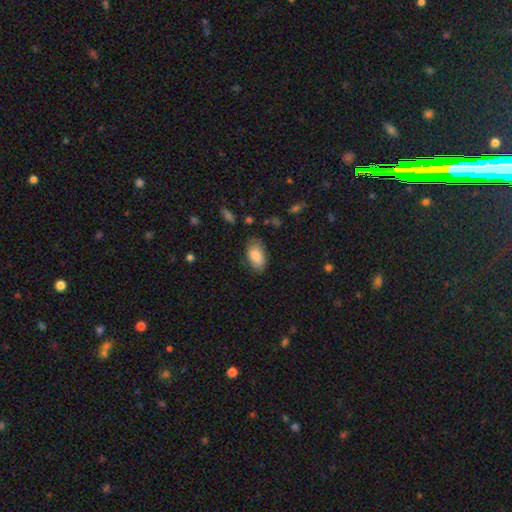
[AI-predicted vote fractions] smooth 84%, featured or disk 10%, star or artifact 7%. Down the decision tree: how rounded — in between (93%); merging — none (73%).